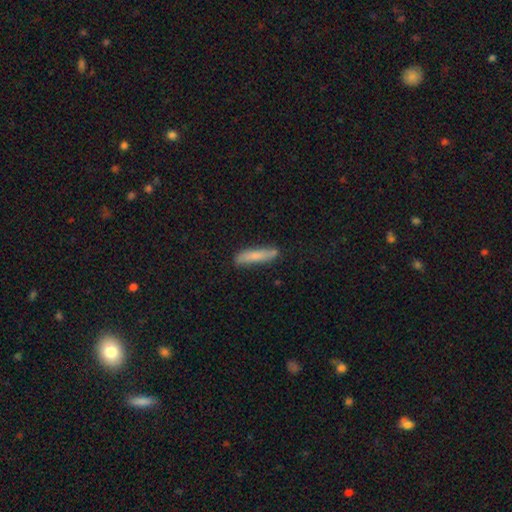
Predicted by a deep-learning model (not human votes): Smooth or featured? smooth (74%)
How rounded? cigar-shaped (84%)
Merging? none (76%)